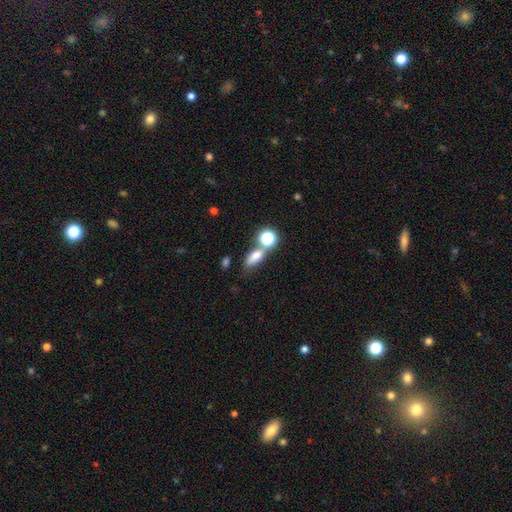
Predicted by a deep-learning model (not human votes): Smooth or featured?
  - smooth: 73% *
  - star or artifact: 16%
  - featured or disk: 11%
How rounded?
  - in between: 66% *
  - round: 19%
  - cigar-shaped: 15%
Merging?
  - none: 53% *
  - merger: 27%
  - minor disturbance: 13%
  - major disturbance: 7%